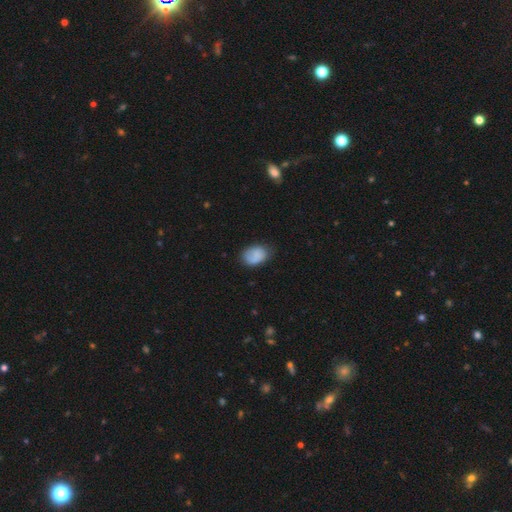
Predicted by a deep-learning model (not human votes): smooth-or-featured: smooth: 83% | featured or disk: 9% | star or artifact: 8%
  how-rounded: in between: 75% | round: 24% | cigar-shaped: 1%
  merging: none: 66% | minor disturbance: 25% | major disturbance: 7% | merger: 2%